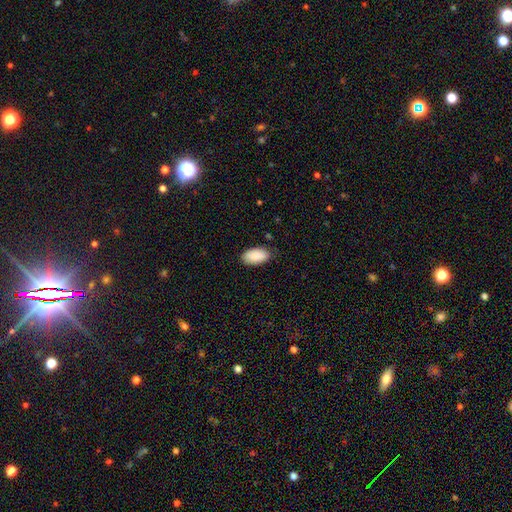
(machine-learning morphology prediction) Smooth or featured? smooth (90%)
How rounded? in between (95%)
Merging? none (82%)